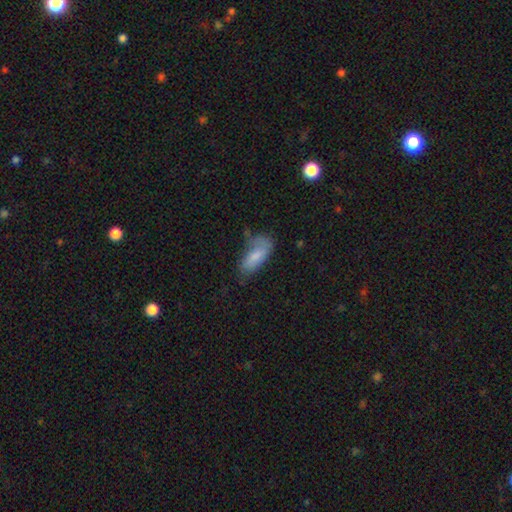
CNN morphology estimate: Overall: smooth (73%). How rounded: in between (79%). Merging: none (47%; minor disturbance 32%).